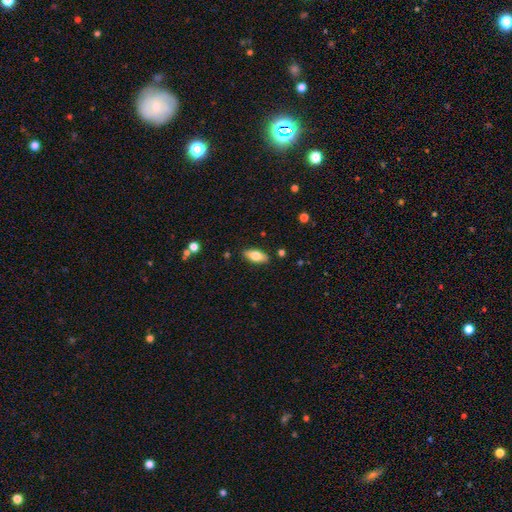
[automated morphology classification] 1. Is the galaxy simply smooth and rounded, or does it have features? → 74% smooth, 20% featured or disk, 7% star or artifact.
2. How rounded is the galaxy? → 85% in between, 12% cigar-shaped, 2% round.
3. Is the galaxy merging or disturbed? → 87% none, 10% minor disturbance, 2% major disturbance, 1% merger.